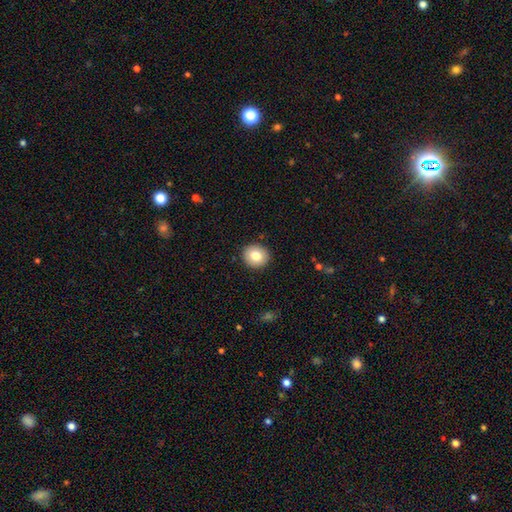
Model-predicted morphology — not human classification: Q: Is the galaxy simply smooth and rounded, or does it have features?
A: smooth — 78%.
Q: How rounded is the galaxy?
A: round — 79%.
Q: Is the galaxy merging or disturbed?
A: none — 91%.